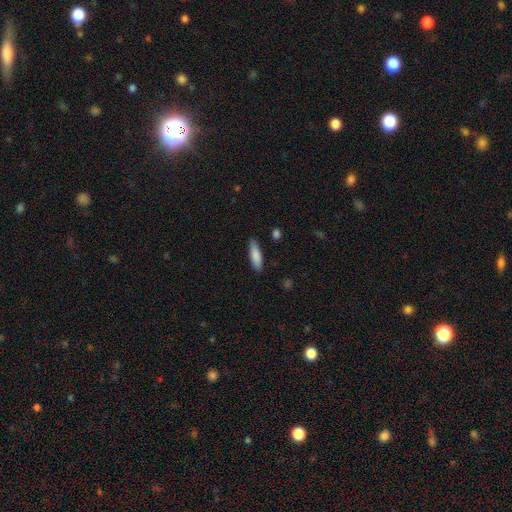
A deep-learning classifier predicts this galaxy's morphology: smooth-or-featured: smooth: 84% | featured or disk: 10% | star or artifact: 6%
  how-rounded: cigar-shaped: 57% | in between: 42% | round: 2%
  merging: none: 84% | minor disturbance: 12% | major disturbance: 2% | merger: 1%